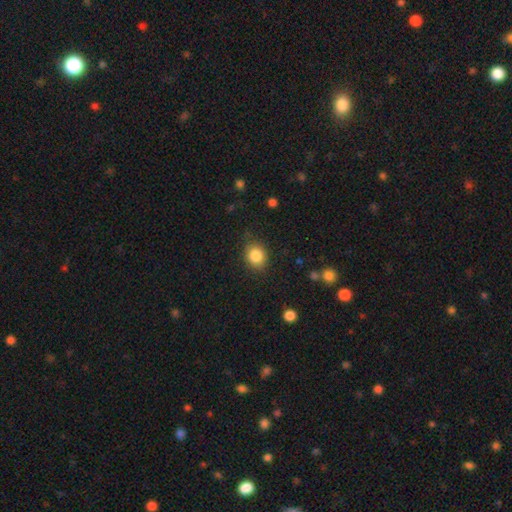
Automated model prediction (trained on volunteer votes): Smooth or featured: smooth — 85% (star or artifact — 10%)
How rounded: round — 61% (in between — 38%)
Merging: none — 81% (minor disturbance — 14%)